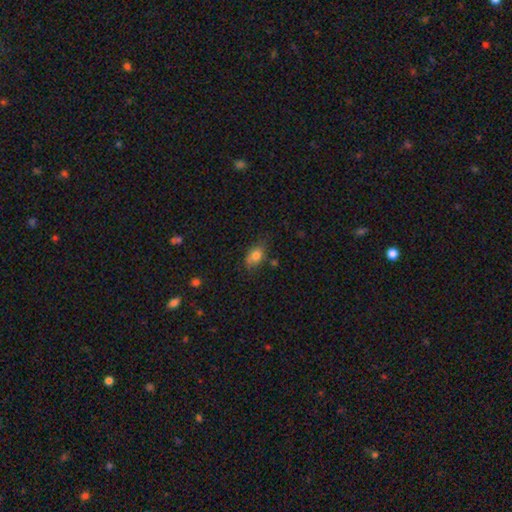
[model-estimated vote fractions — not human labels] Smooth or featured? smooth (81%)
How rounded? in between (82%)
Merging? none (69%)